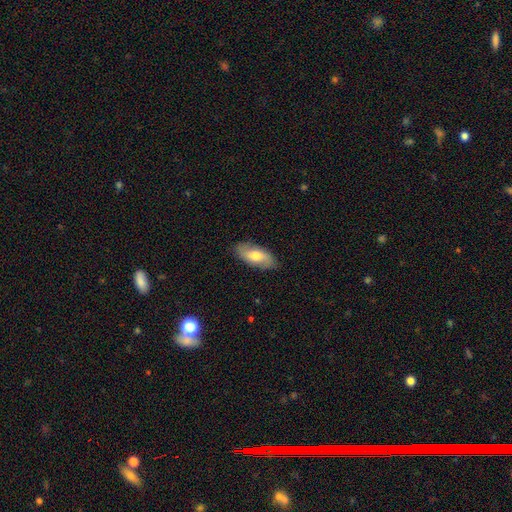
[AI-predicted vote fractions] This appears to be a smooth galaxy with no disk features (58%) that is in between round and cigar-shaped (86%). Merging: none (85%).